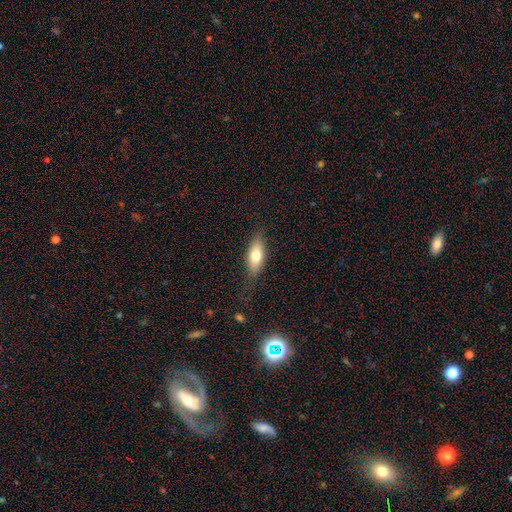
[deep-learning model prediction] The model was most divided on "smooth or featured": smooth: 71%, featured or disk: 22%, star or artifact: 7%. More confident: merging — none (75%); how rounded — in between (74%).